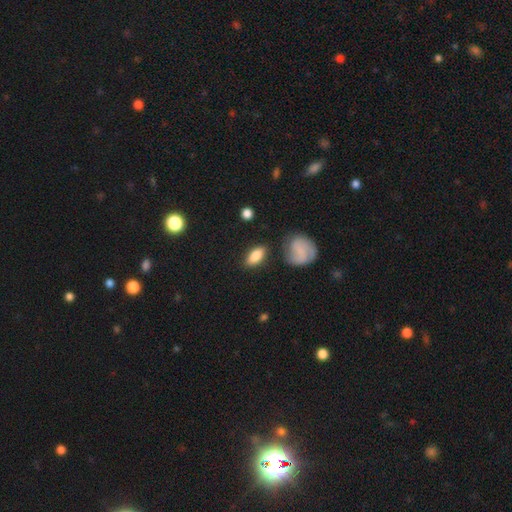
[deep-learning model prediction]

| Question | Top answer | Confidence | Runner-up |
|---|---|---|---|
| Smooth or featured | smooth | 82% | featured or disk (11%) |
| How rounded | in between | 87% | cigar-shaped (8%) |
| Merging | none | 80% | minor disturbance (12%) |